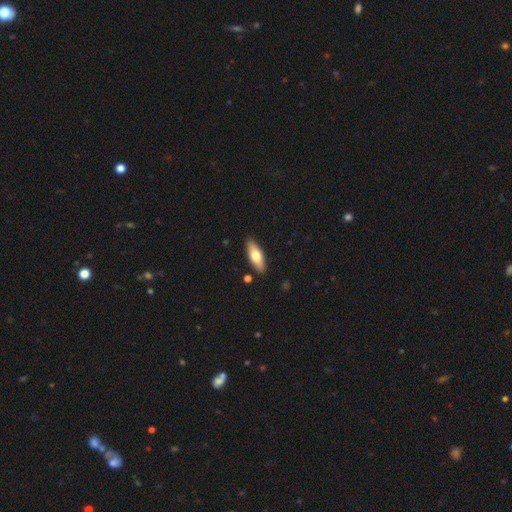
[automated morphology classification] Smooth or featured? Predicted: smooth (p=0.65). How rounded? Predicted: in between (p=0.61). Merging? Predicted: none (p=0.88).